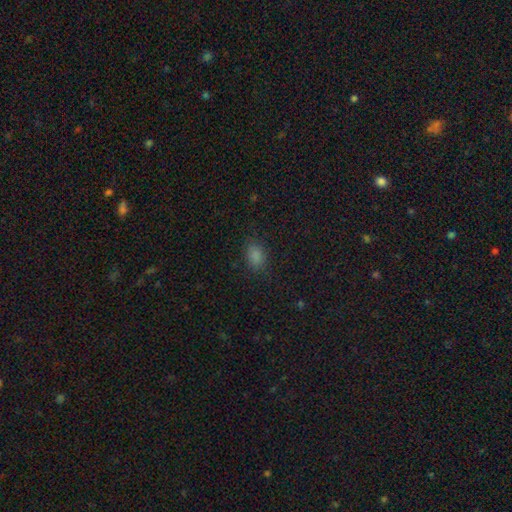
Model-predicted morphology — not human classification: Smooth or featured? Predicted: smooth (p=0.83). How rounded? Predicted: in between (p=0.83). Merging? Predicted: none (p=0.83).